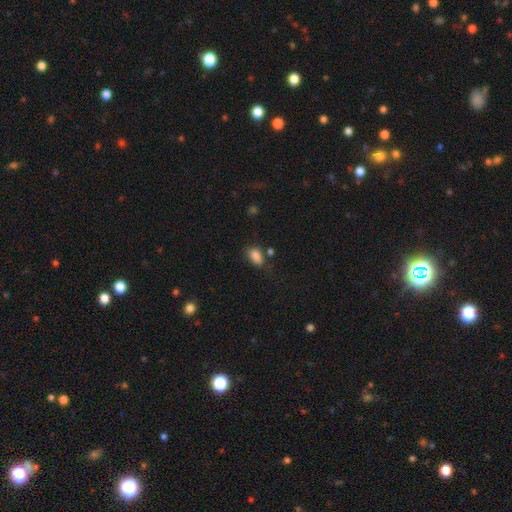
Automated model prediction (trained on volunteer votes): Overall: smooth (85%). How rounded: in between (87%). Merging: none (63%).